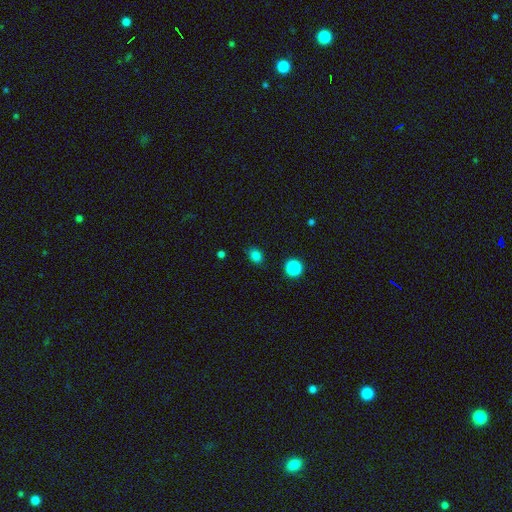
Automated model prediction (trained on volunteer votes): smooth_or_featured: smooth (p=0.82) [alt: star or artifact p=0.15]
how_rounded: round (p=0.55) [alt: in between p=0.44]
merging: none (p=0.84) [alt: minor disturbance p=0.11]